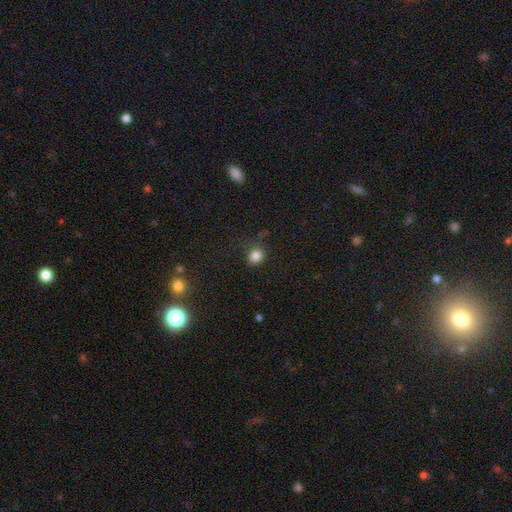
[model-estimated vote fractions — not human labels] This appears to be a smooth galaxy with no disk features (82%) that is round (82%). Merging: none (77%).